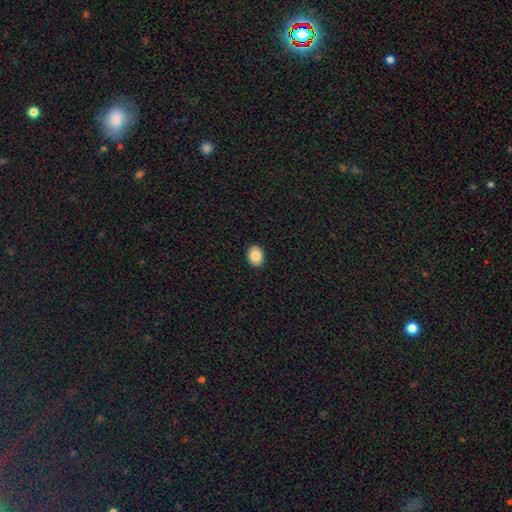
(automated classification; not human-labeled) A smooth galaxy with no disk features (86%) that is in between round and cigar-shaped (64%).

Vote fractions:
- Smooth or featured? smooth: 86% / star or artifact: 8% / featured or disk: 6%
- How rounded? in between: 64% / round: 35% / cigar-shaped: 1%
- Merging? none: 91% / minor disturbance: 7% / major disturbance: 2% / merger: 1%